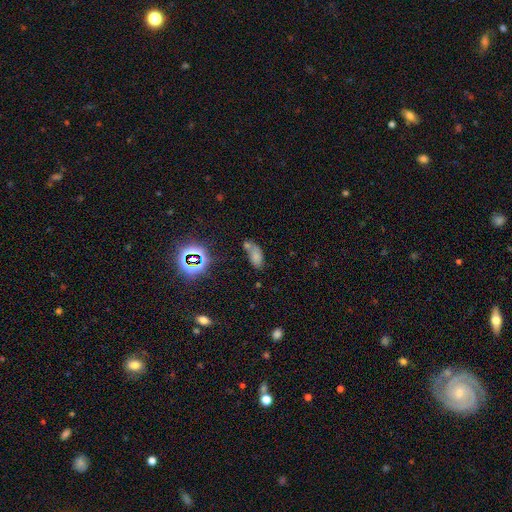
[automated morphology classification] smooth_or_featured: smooth (p=0.64) [alt: star or artifact p=0.22]
how_rounded: in between (p=0.89) [alt: round p=0.06]
merging: none (p=0.38) [alt: merger p=0.35]